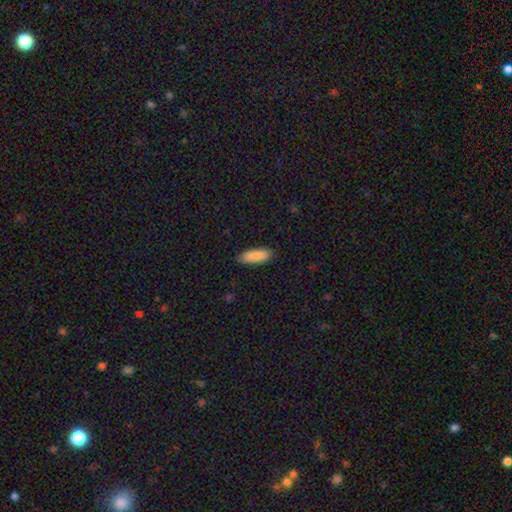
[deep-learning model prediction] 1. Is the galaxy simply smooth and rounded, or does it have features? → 88% smooth, 6% star or artifact, 6% featured or disk.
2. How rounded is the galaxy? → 53% in between, 45% cigar-shaped, 2% round.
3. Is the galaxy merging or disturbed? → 86% none, 11% minor disturbance, 2% major disturbance, 1% merger.